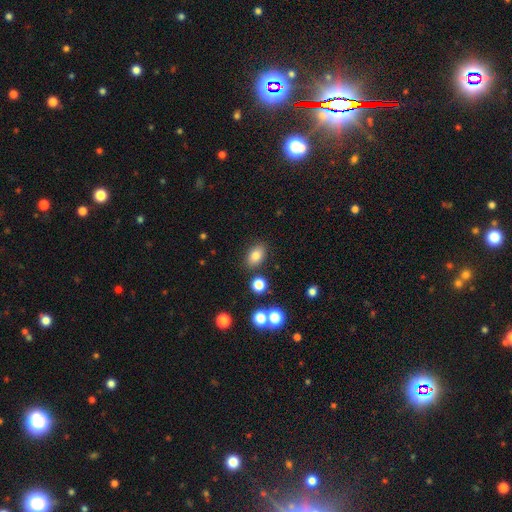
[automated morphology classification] Smooth or featured: smooth — 79% (star or artifact — 12%)
How rounded: in between — 81% (round — 18%)
Merging: none — 83% (minor disturbance — 10%)